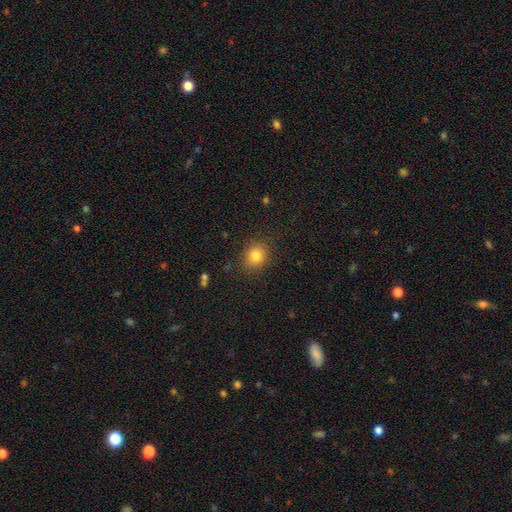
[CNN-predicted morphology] Smooth or featured? Predicted: smooth (p=0.84). How rounded? Predicted: round (p=0.73). Merging? Predicted: none (p=0.85).